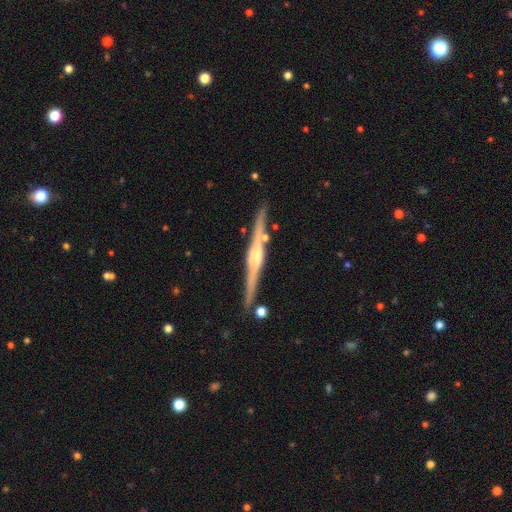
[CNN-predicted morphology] Smooth or featured? Predicted: featured or disk (p=0.82). Edge-on disk? Predicted: yes (p=0.98). Edge-on bulge? Predicted: rounded (p=0.67). Merging? Predicted: none (p=0.85).